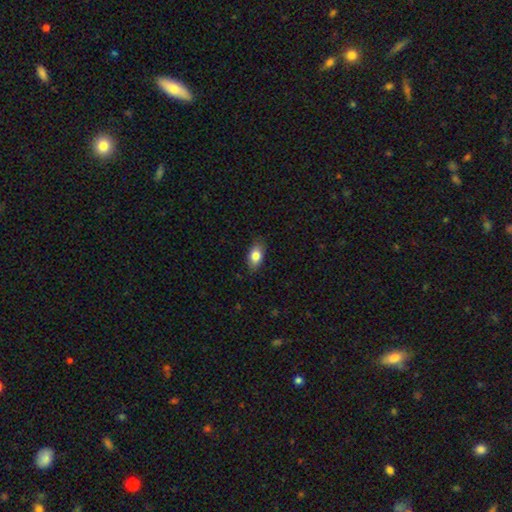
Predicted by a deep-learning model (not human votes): This appears to be a smooth galaxy with no disk features (83%) that is in between round and cigar-shaped (90%). Merging: none (84%).